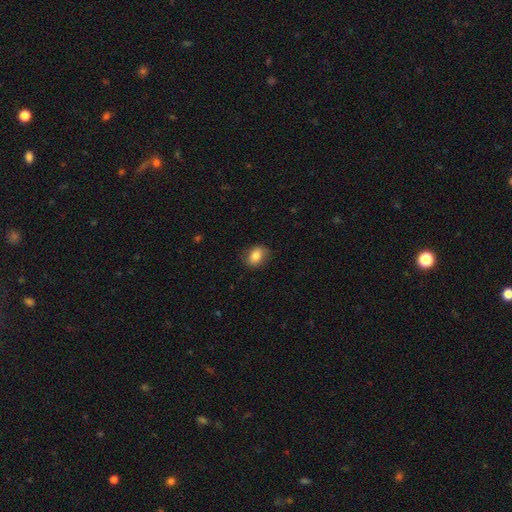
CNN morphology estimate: smooth 81%, featured or disk 11%, star or artifact 8%. Down the decision tree: how rounded — in between (69%); merging — none (81%).